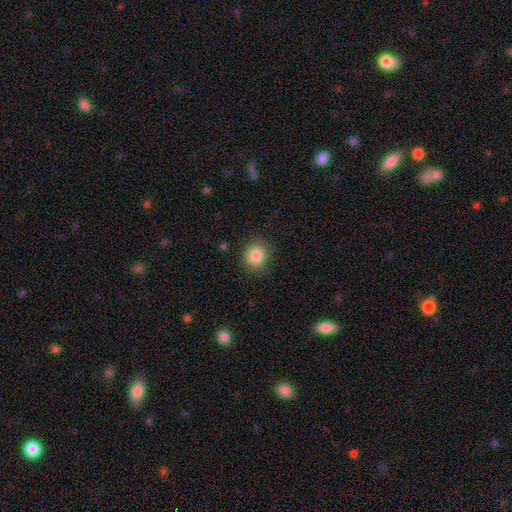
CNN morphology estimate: The model was most divided on "how rounded": round: 82%, in between: 17%, cigar-shaped: 1%. More confident: smooth or featured — smooth (86%); merging — none (85%).